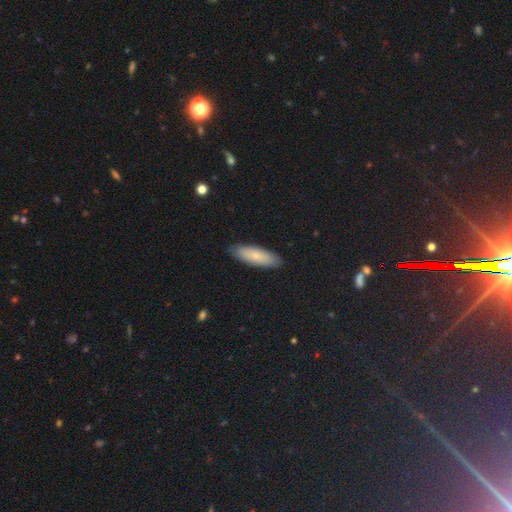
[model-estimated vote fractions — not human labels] Overall: smooth (78%). How rounded: cigar-shaped (52%; in between 46%). Merging: none (88%).